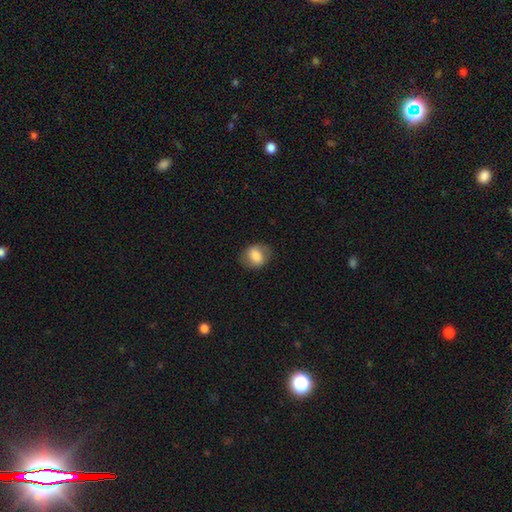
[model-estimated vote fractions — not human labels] The model was most divided on "how rounded": in between: 55%, round: 44%, cigar-shaped: 1%. More confident: merging — none (78%); smooth or featured — smooth (73%).